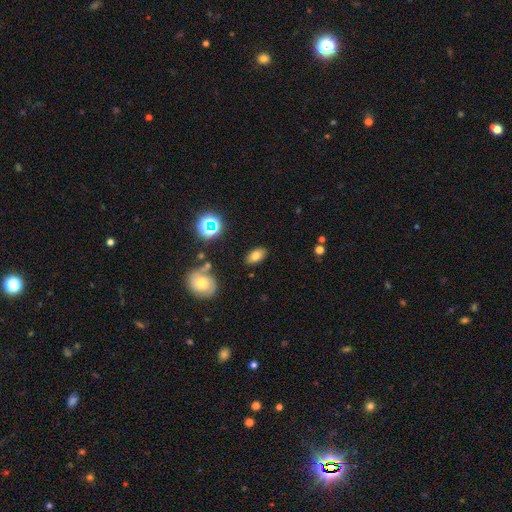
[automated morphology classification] Smooth or featured: smooth — 74% (star or artifact — 14%)
How rounded: in between — 90% (round — 7%)
Merging: none — 85% (minor disturbance — 10%)